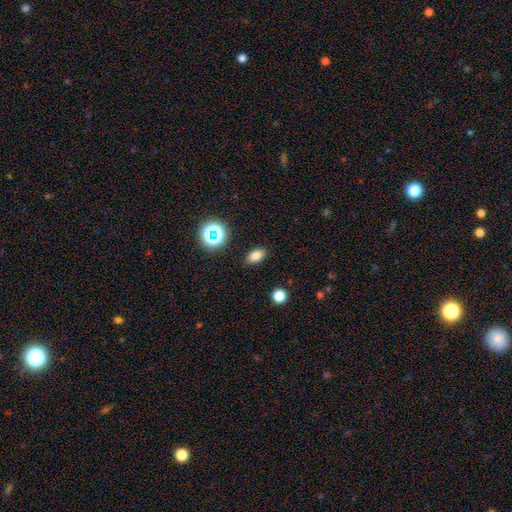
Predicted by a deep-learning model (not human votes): Morphology: type=smooth (78%); roundness=in between (85%); merging=none (87%).